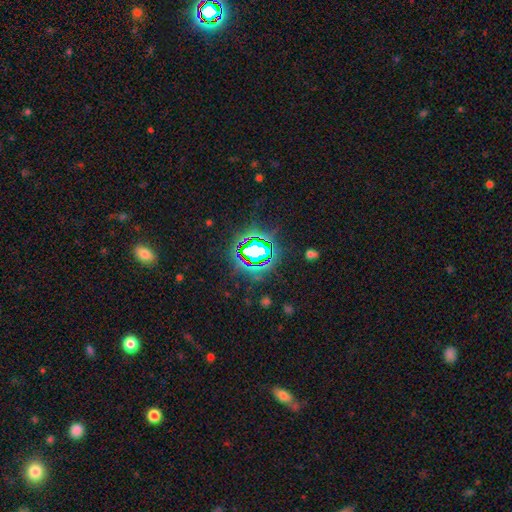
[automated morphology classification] The model was most divided on "smooth or featured": star or artifact: 76%, smooth: 13%, featured or disk: 11%.